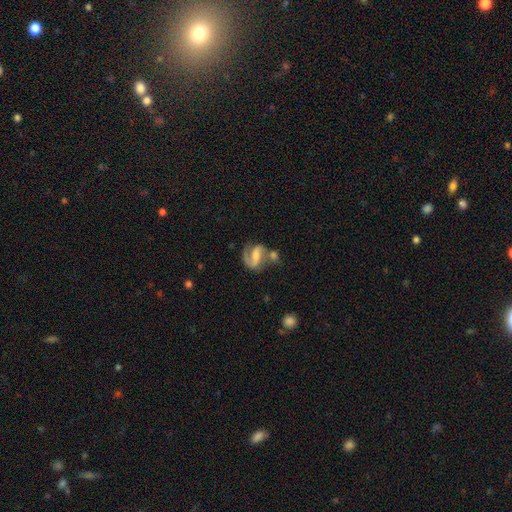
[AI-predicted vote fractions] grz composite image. It shows a featured or disk galaxy (78%) with a weak bar (41%), 2 (69%) medium (51%) spiral arms (92%) and a moderate central bulge (41%). Merging: none (46%).